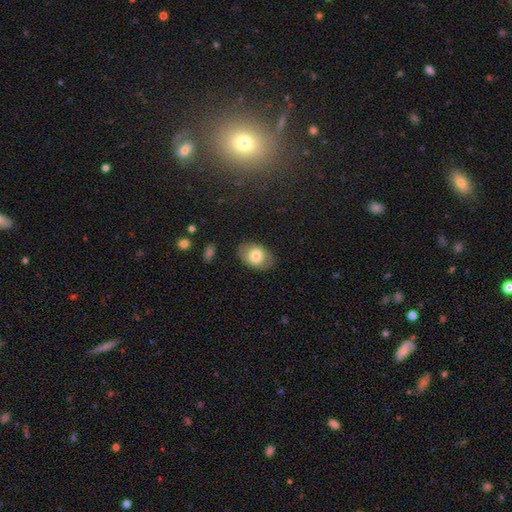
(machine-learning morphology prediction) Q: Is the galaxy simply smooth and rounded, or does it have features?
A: smooth — 76%.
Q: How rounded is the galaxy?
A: in between — 83%.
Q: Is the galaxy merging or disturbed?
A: none — 83%.